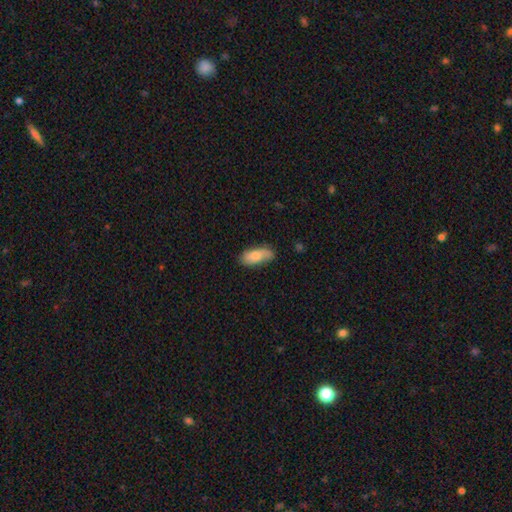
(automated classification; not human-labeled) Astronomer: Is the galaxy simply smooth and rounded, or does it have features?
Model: smooth — 71%.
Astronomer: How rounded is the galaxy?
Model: in between — 82%.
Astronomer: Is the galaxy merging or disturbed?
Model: none — 70%.